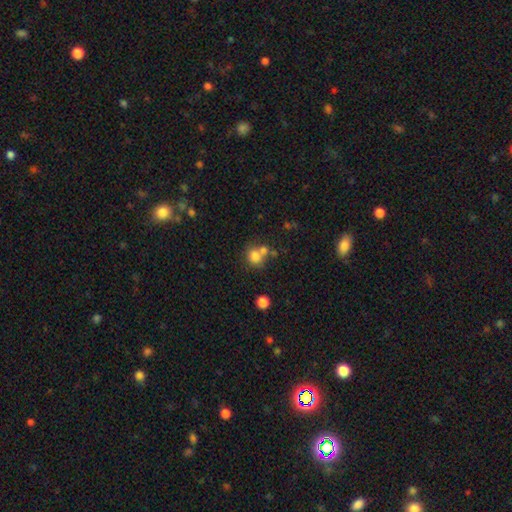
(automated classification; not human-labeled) A smooth galaxy with no disk features (77%) that is round (85%). Merging: none (52%).